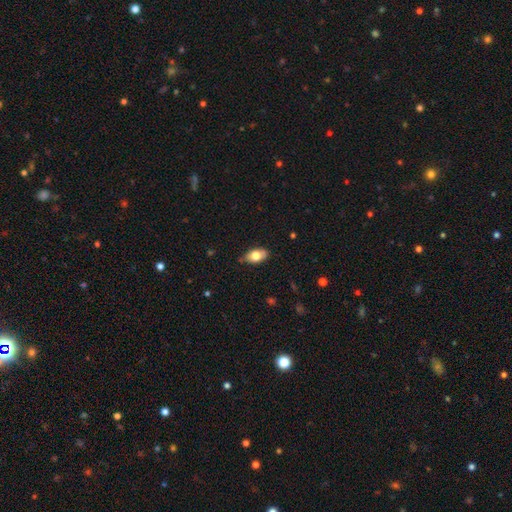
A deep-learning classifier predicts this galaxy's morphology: The model was most divided on "smooth or featured": smooth: 73%, featured or disk: 20%, star or artifact: 7%. More confident: how rounded — in between (90%); merging — none (77%).